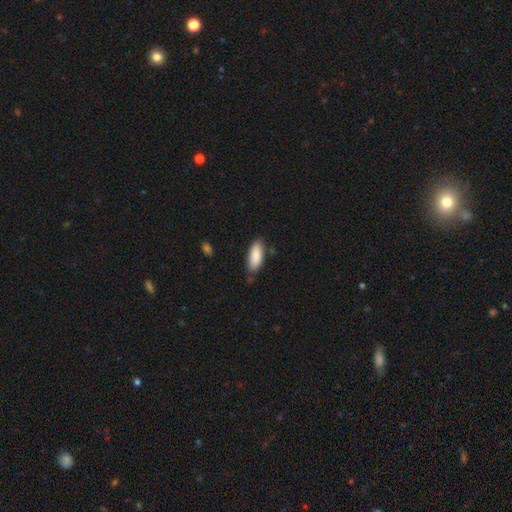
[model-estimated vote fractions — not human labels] This is clearly a smooth galaxy (88%). How rounded: likely in between (77%). Merging: likely none (76%).